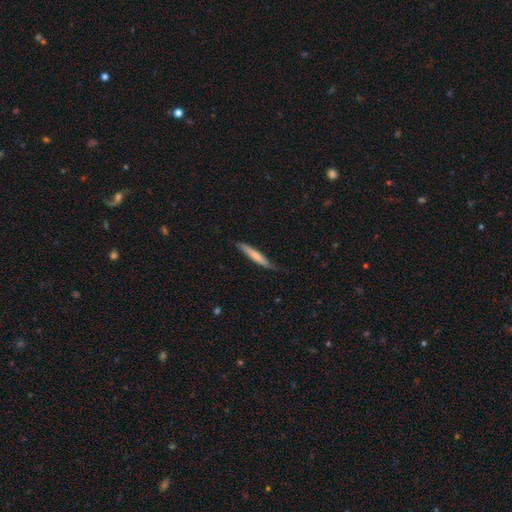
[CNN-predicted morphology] smooth_or_featured: smooth (p=0.66) [alt: featured or disk p=0.29]
how_rounded: cigar-shaped (p=0.93) [alt: in between p=0.06]
merging: none (p=0.74) [alt: minor disturbance p=0.21]